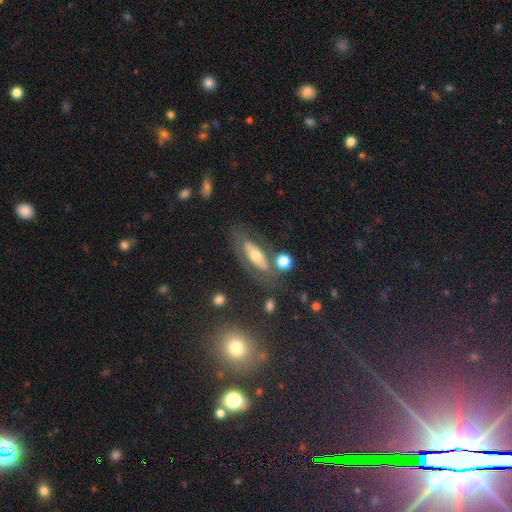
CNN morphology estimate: The model was most divided on "smooth or featured": featured or disk: 54%, smooth: 37%, star or artifact: 9%. More confident: edge-on disk — no (71%); merging — none (64%).